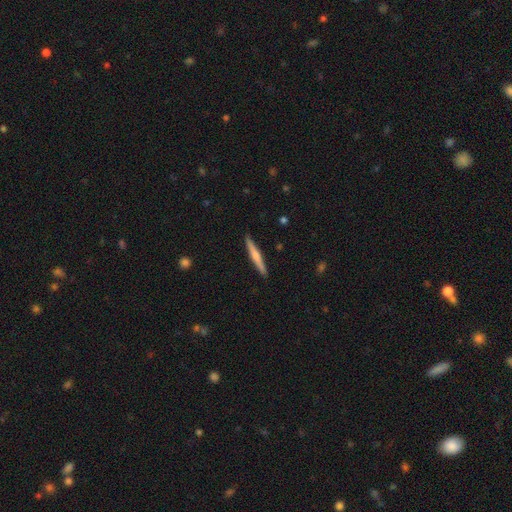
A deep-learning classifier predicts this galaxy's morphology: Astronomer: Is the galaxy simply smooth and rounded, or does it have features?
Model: smooth — 48% (runner-up: featured or disk, 47%).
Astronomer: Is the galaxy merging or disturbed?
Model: none — 91%.